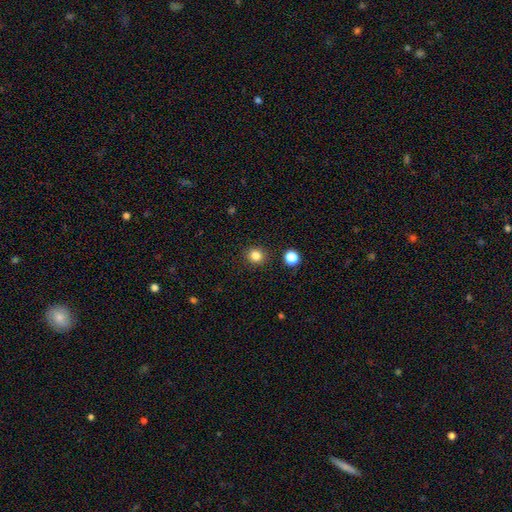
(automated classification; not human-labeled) Smooth or featured: smooth — 83% (star or artifact — 12%)
How rounded: round — 84% (in between — 15%)
Merging: none — 90% (minor disturbance — 6%)